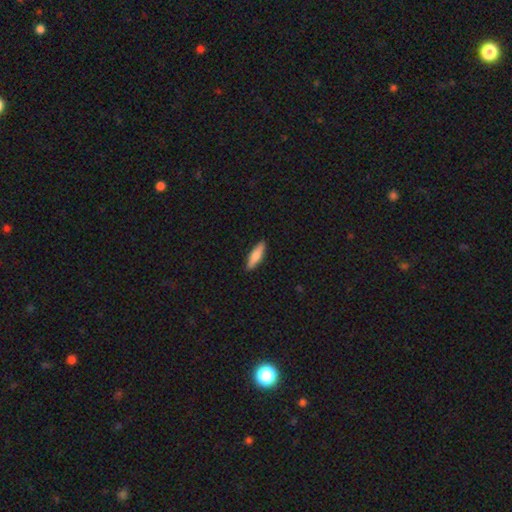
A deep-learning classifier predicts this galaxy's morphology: The model was most divided on "how rounded": cigar-shaped: 67%, in between: 31%, round: 2%. More confident: merging — none (90%); smooth or featured — smooth (72%).